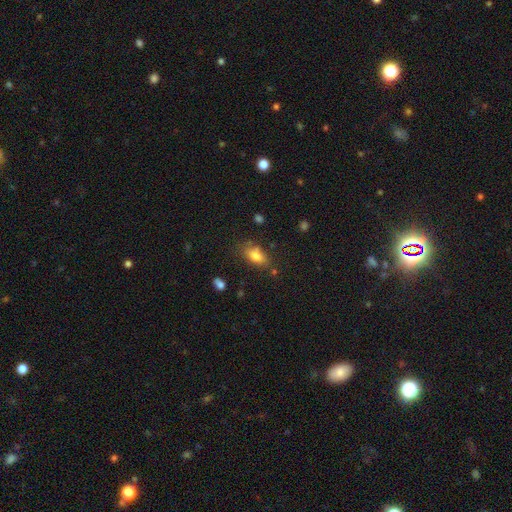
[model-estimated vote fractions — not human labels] Smooth or featured: smooth — 79% (featured or disk — 11%)
How rounded: in between — 85% (round — 10%)
Merging: none — 69% (minor disturbance — 19%)